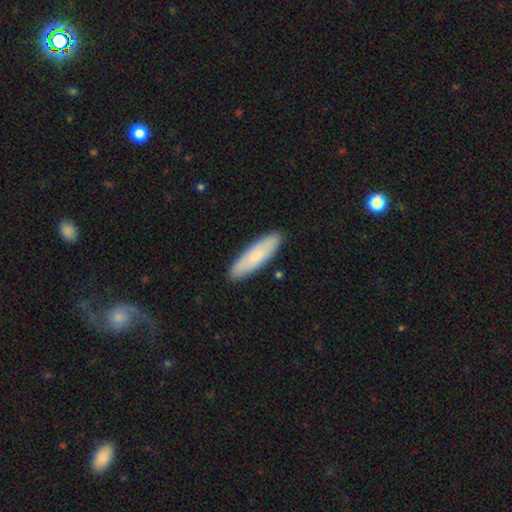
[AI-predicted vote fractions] smooth 78%, featured or disk 17%, star or artifact 5%. Down the decision tree: how rounded — cigar-shaped (66%); merging — none (90%).